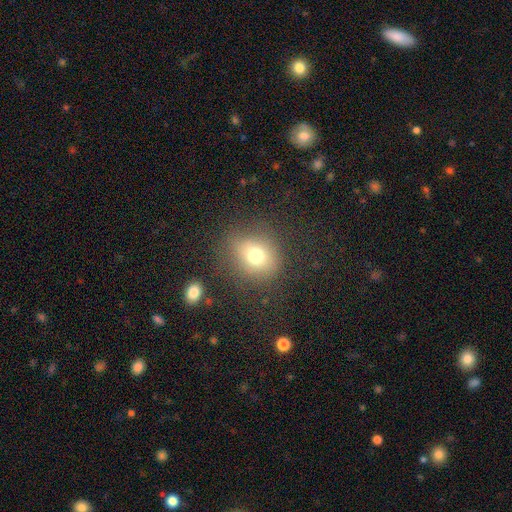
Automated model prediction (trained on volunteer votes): smooth 73%, star or artifact 14%, featured or disk 13%. Down the decision tree: how rounded — round (72%); merging — none (75%).